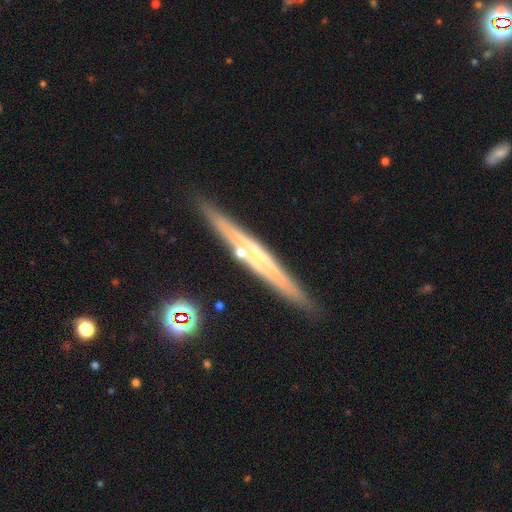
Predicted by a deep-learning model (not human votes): Morphology: type=featured or disk (68%); edge-on=yes (94%); edge-on bulge=none (51%); merging=none (87%).